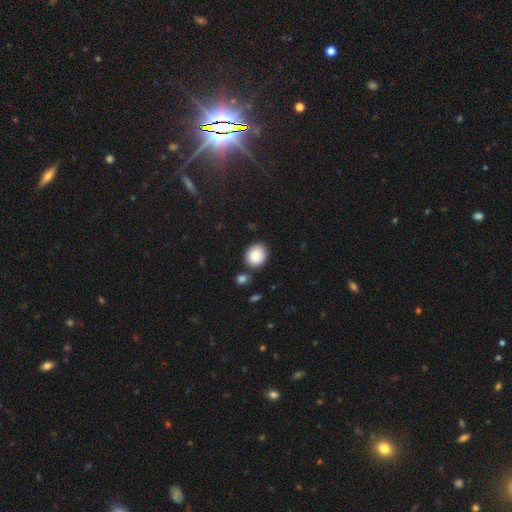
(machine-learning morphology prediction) A smooth galaxy with no disk features (86%) that is round (69%). Merging: none (80%).